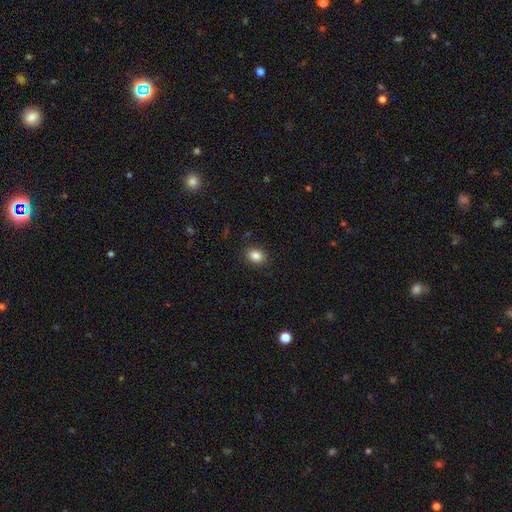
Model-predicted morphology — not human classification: Overall: smooth (85%). How rounded: in between (53%; round 46%). Merging: none (88%).